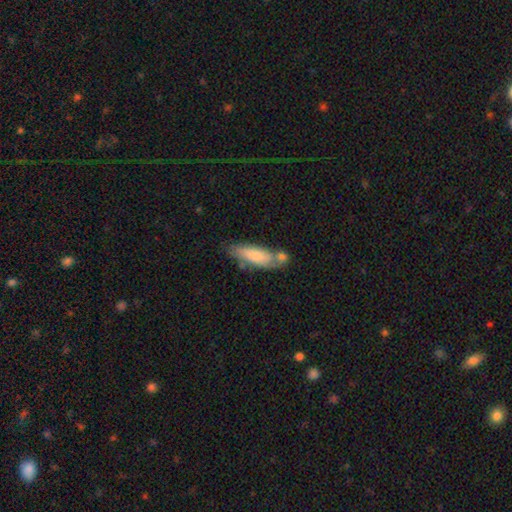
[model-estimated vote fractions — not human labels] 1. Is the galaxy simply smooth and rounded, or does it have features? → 71% smooth, 23% featured or disk, 6% star or artifact.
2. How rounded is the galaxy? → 50% in between, 48% cigar-shaped, 2% round.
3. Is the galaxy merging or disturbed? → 49% none, 25% merger, 20% minor disturbance, 6% major disturbance.